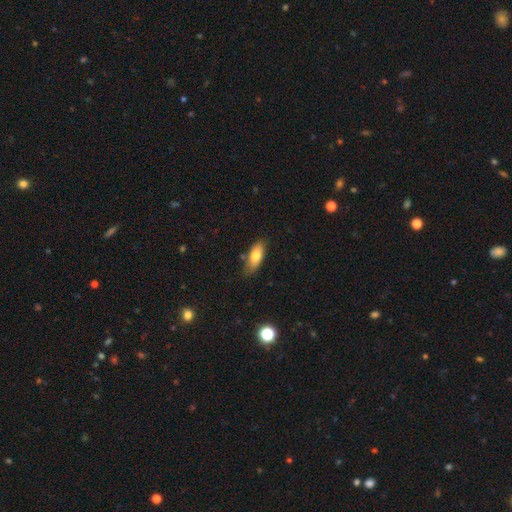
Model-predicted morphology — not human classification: This is likely a smooth galaxy (76%). How rounded: likely in between (78%). Merging: likely none (70%).